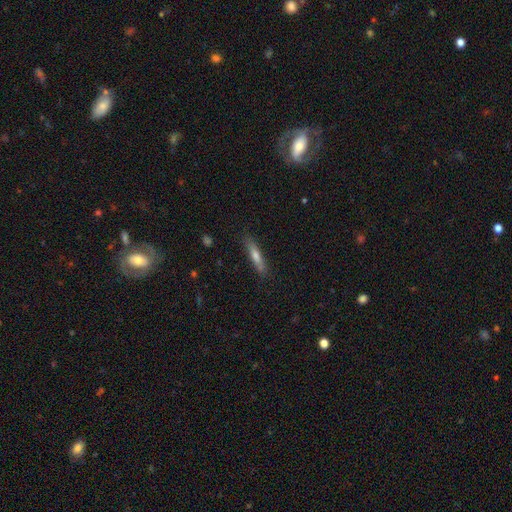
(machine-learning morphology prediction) smooth 57%, featured or disk 35%, star or artifact 7%. Down the decision tree: how rounded — cigar-shaped (89%); merging — none (85%).